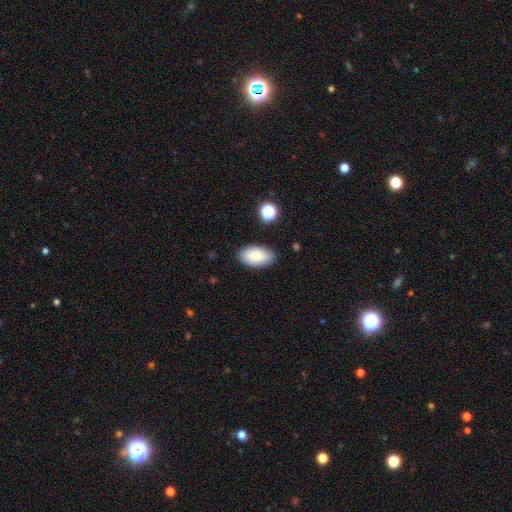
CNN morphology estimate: smooth 83%, featured or disk 10%, star or artifact 7%. Down the decision tree: how rounded — in between (94%); merging — none (85%).